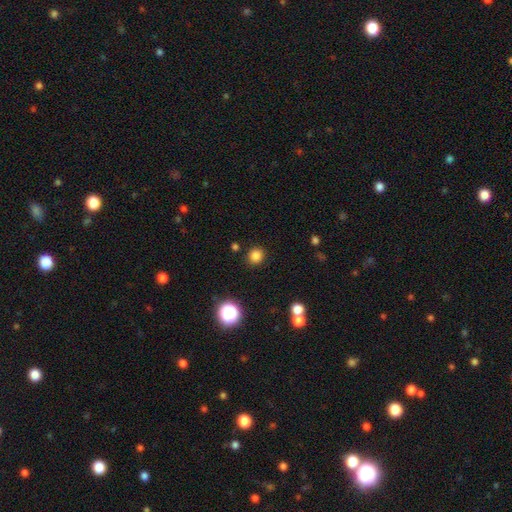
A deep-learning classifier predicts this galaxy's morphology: A smooth galaxy with no disk features (82%) that is round (91%). Merging: none (89%).